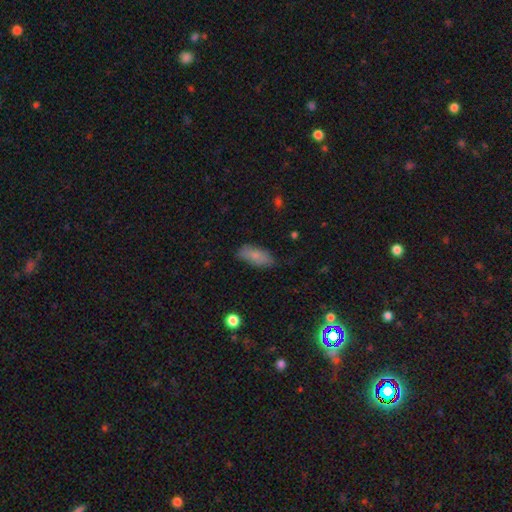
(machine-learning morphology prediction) Smooth or featured? Predicted: smooth (p=0.81). How rounded? Predicted: in between (p=0.85). Merging? Predicted: none (p=0.74).